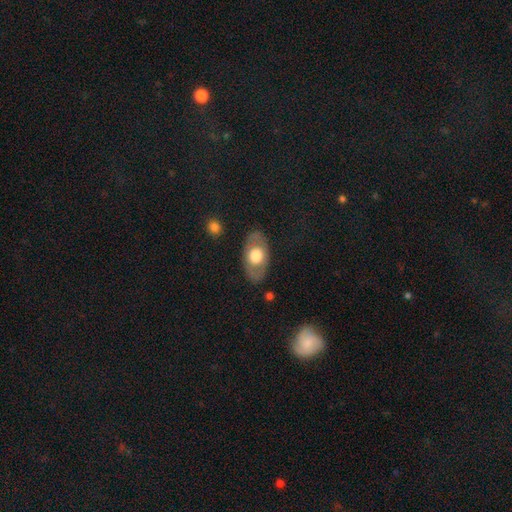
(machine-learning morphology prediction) smooth_or_featured: smooth (p=0.55) [alt: featured or disk p=0.40]
how_rounded: in between (p=0.88) [alt: round p=0.10]
merging: none (p=0.83) [alt: minor disturbance p=0.11]